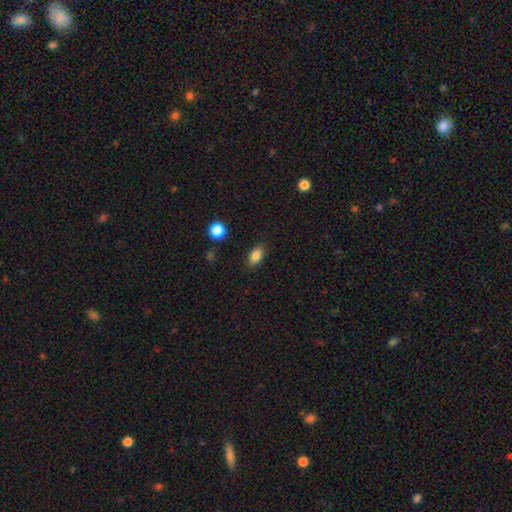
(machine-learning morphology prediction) Smooth or featured?
  - smooth: 84% *
  - star or artifact: 9%
  - featured or disk: 7%
How rounded?
  - in between: 87% *
  - round: 10%
  - cigar-shaped: 3%
Merging?
  - none: 86% *
  - minor disturbance: 10%
  - major disturbance: 2%
  - merger: 1%